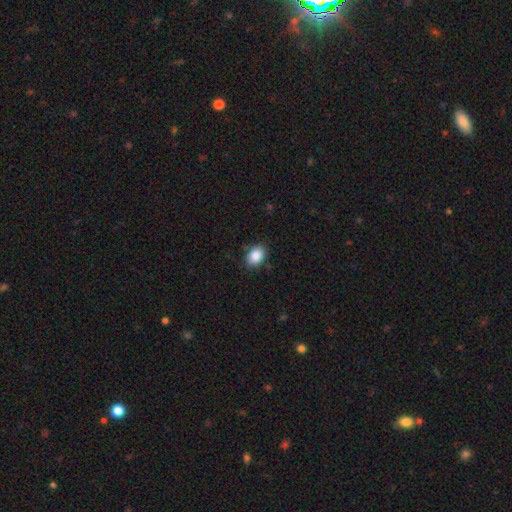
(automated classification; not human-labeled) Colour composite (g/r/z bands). It shows a smooth galaxy with no disk features (87%) that is in between round and cigar-shaped (65%). Merging: none (85%).